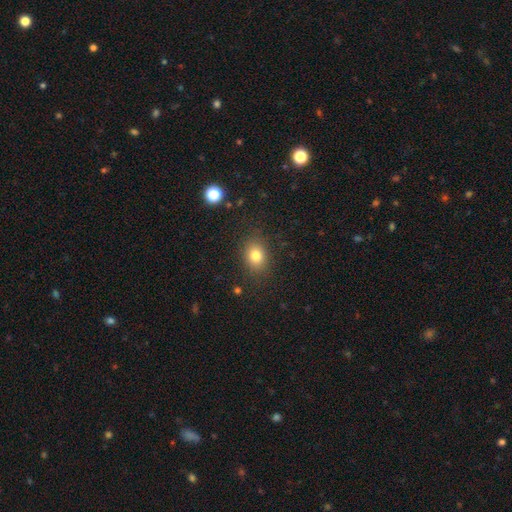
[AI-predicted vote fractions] smooth 80%, star or artifact 12%, featured or disk 8%. Down the decision tree: how rounded — in between (53%); merging — none (85%).